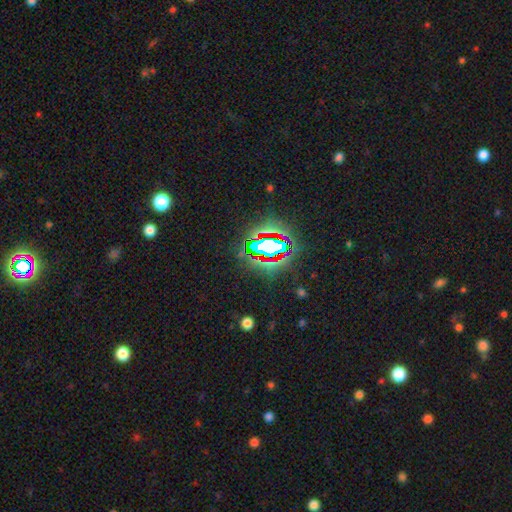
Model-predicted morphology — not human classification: Smooth or featured?
  - star or artifact: 83% *
  - smooth: 10%
  - featured or disk: 7%